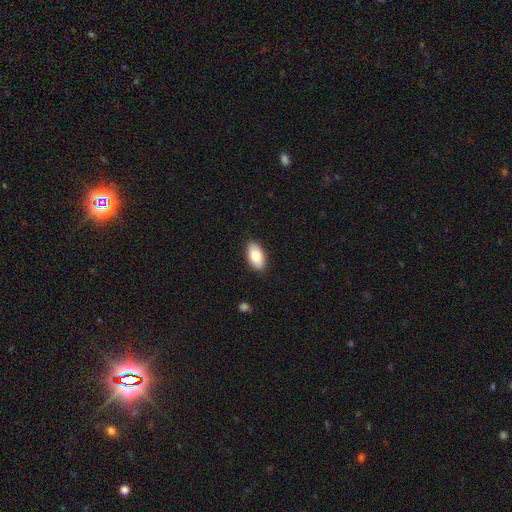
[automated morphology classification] type=smooth (83%); roundness=in between (94%); merging=none (89%).